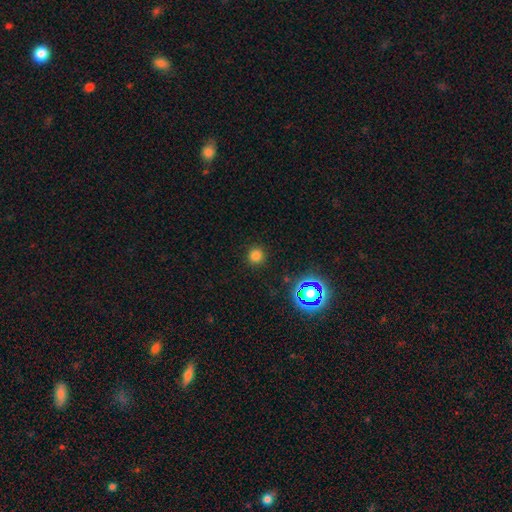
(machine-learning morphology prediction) Smooth or featured? smooth (76%)
How rounded? round (93%)
Merging? none (90%)